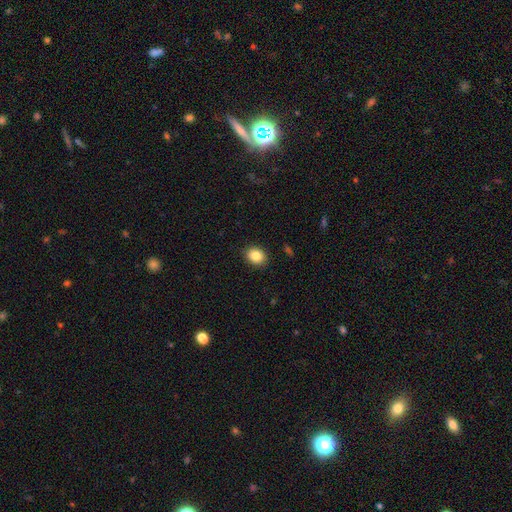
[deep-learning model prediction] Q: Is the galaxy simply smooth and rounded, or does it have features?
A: smooth — 86%.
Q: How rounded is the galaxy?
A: in between — 50%.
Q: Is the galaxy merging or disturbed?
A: none — 89%.